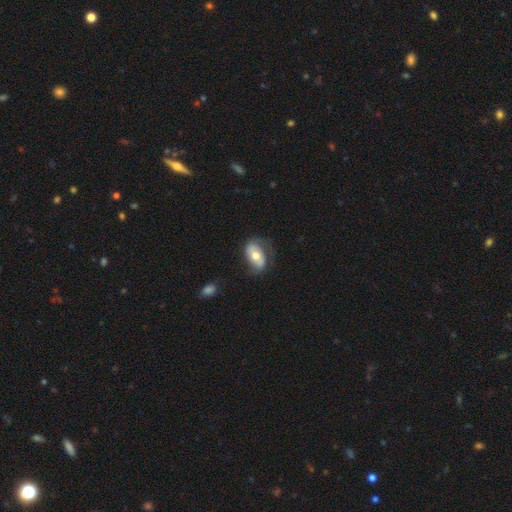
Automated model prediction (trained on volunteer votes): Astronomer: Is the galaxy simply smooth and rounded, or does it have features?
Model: featured or disk — 47%, tied with smooth at 47%.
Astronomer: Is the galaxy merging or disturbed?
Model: none — 57%.